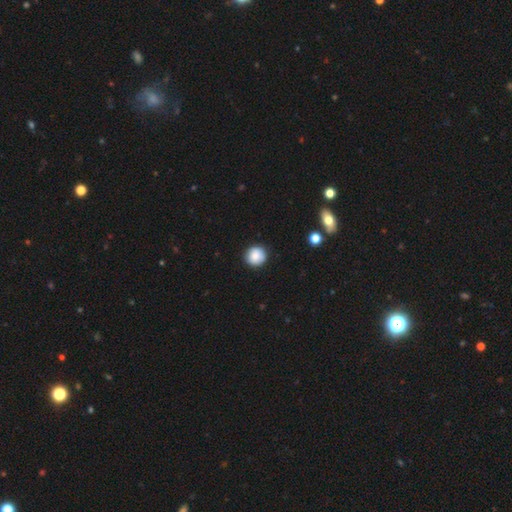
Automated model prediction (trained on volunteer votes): smooth 84%, star or artifact 9%, featured or disk 7%. Down the decision tree: how rounded — round (93%); merging — none (88%).